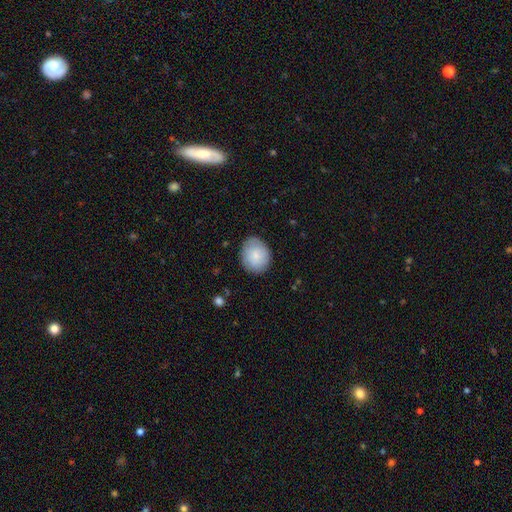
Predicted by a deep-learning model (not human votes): Smooth or featured? Predicted: smooth (p=0.82). How rounded? Predicted: round (p=0.59). Merging? Predicted: none (p=0.80).